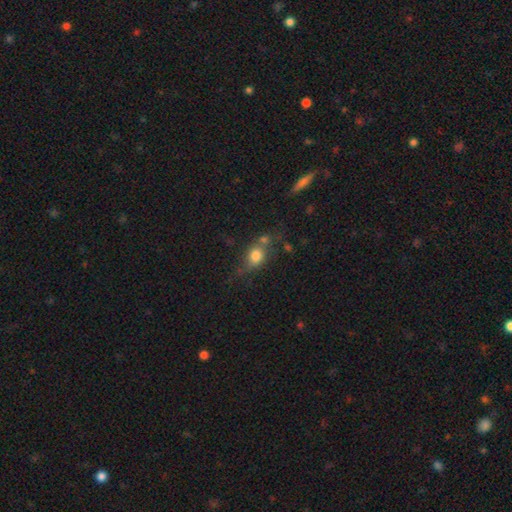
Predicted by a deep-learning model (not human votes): smooth 73%, featured or disk 15%, star or artifact 11%. Down the decision tree: how rounded — in between (50%); merging — none (48%).